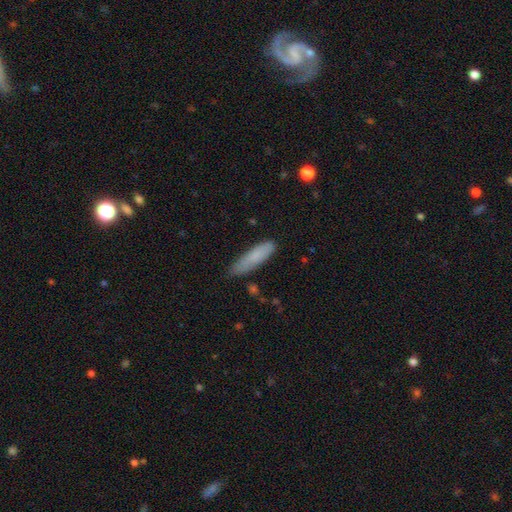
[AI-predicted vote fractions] A smooth galaxy with no disk features (81%) that is cigar-shaped (72%). Merging: none (73%).